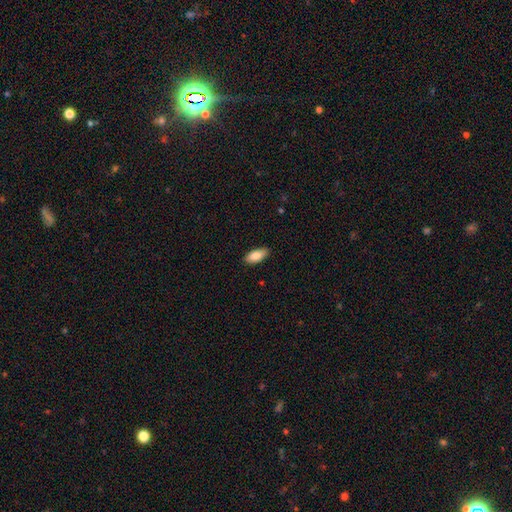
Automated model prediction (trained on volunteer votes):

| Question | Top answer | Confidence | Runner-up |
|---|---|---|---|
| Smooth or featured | smooth | 85% | featured or disk (8%) |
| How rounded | in between | 86% | cigar-shaped (12%) |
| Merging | none | 87% | minor disturbance (10%) |